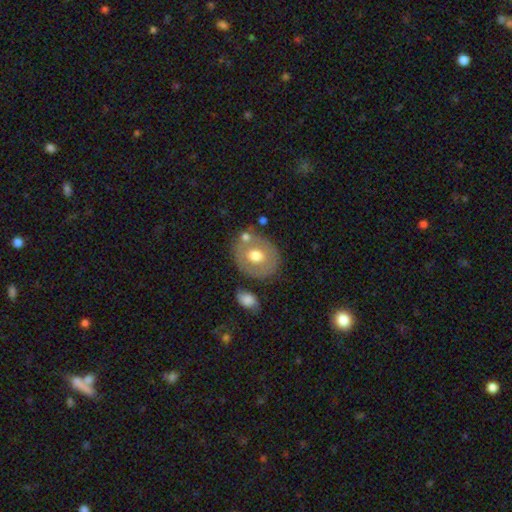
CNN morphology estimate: Smooth or featured? smooth (54%)
How rounded? round (58%)
Merging? none (70%)